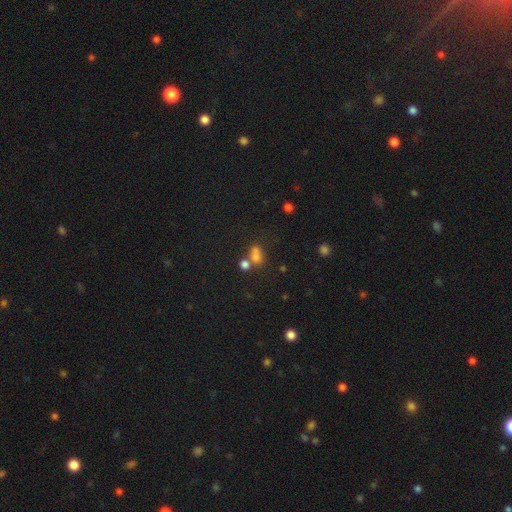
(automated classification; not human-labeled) smooth 66%, star or artifact 23%, featured or disk 12%. Down the decision tree: how rounded — in between (49%); merging — merger (48%).